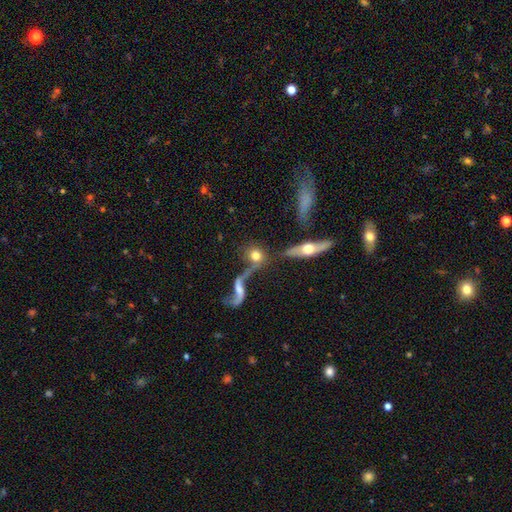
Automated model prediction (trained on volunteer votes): This appears to be a smooth galaxy with no disk features (67%) that is round (73%). Merging: none (41%).